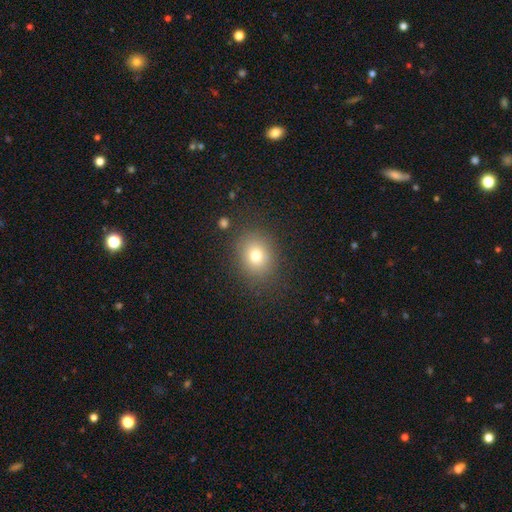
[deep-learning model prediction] The model was most divided on "how rounded": round: 67%, in between: 32%, cigar-shaped: 1%. More confident: merging — none (85%); smooth or featured — smooth (75%).